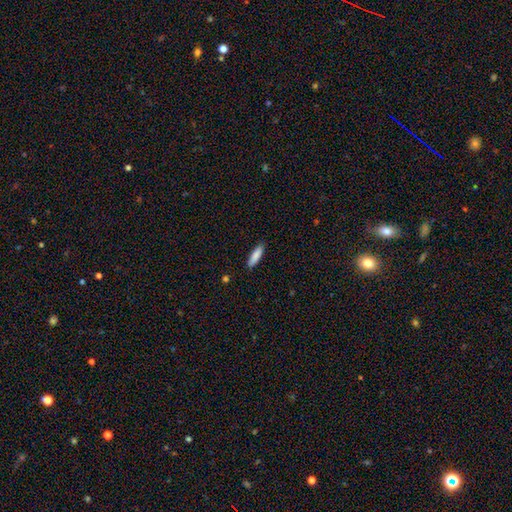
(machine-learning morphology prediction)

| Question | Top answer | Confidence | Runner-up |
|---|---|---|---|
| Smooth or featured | smooth | 86% | featured or disk (8%) |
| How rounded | cigar-shaped | 68% | in between (30%) |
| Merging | none | 89% | minor disturbance (9%) |